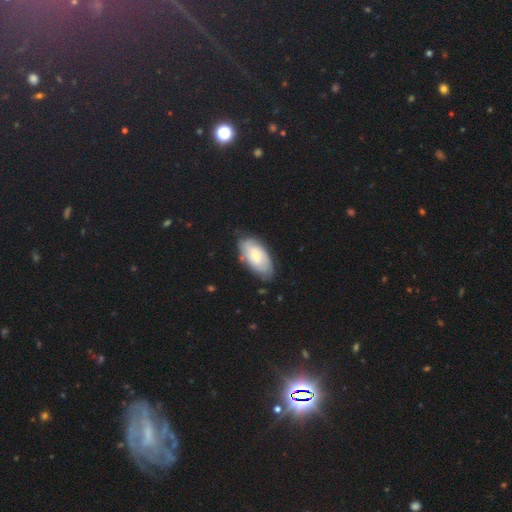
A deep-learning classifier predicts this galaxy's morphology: featured or disk 52%, smooth 42%, star or artifact 6%. Down the decision tree: edge-on disk — no (93%); merging — none (73%).